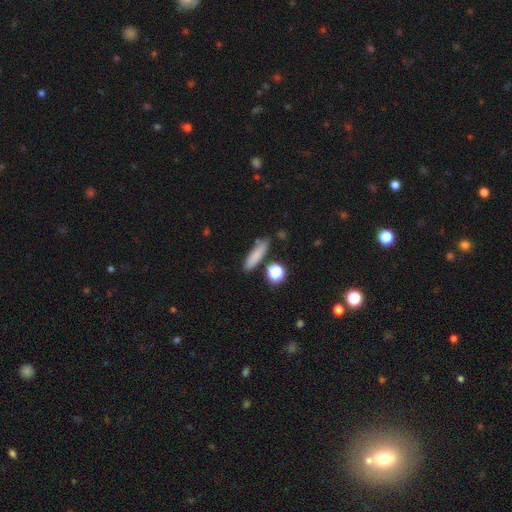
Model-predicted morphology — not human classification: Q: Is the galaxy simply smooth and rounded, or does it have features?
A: smooth — 79%.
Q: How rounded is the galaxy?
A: cigar-shaped — 68%.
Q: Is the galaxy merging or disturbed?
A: none — 78%.